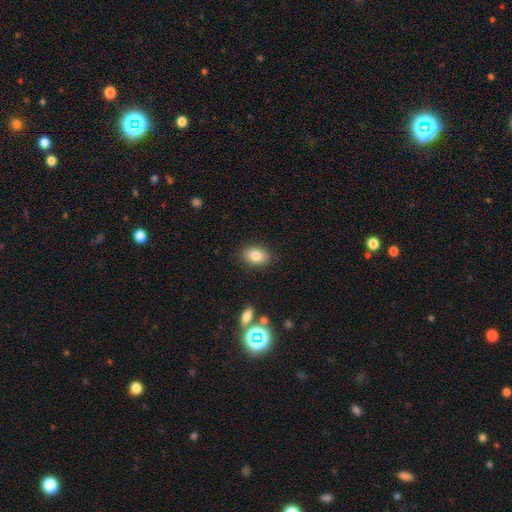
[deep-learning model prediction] smooth-or-featured: smooth: 81% | featured or disk: 10% | star or artifact: 9%
  how-rounded: in between: 81% | round: 18% | cigar-shaped: 1%
  merging: none: 86% | minor disturbance: 10% | major disturbance: 2% | merger: 2%